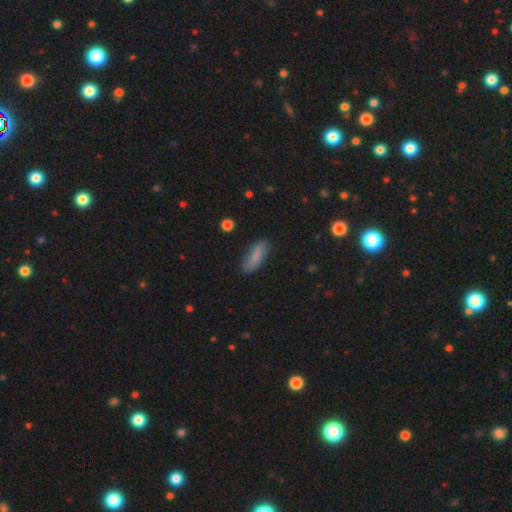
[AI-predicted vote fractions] A smooth galaxy with no disk features (80%) that is in between round and cigar-shaped (55%).

Vote fractions:
- Smooth or featured? smooth: 80% / featured or disk: 13% / star or artifact: 7%
- How rounded? in between: 55% / cigar-shaped: 43% / round: 2%
- Merging? none: 77% / minor disturbance: 17% / major disturbance: 4% / merger: 2%